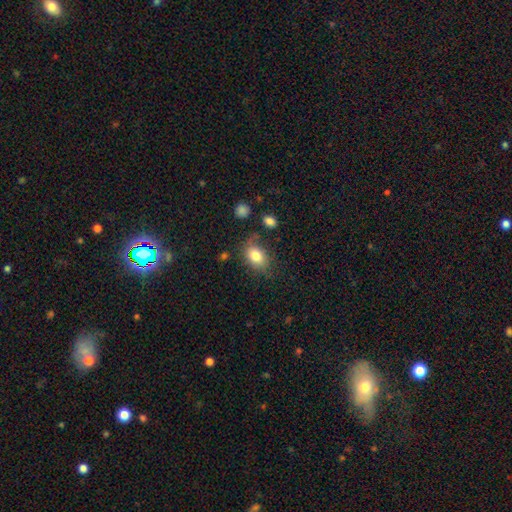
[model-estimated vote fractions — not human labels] Smooth or featured? smooth (81%)
How rounded? in between (75%)
Merging? none (68%)